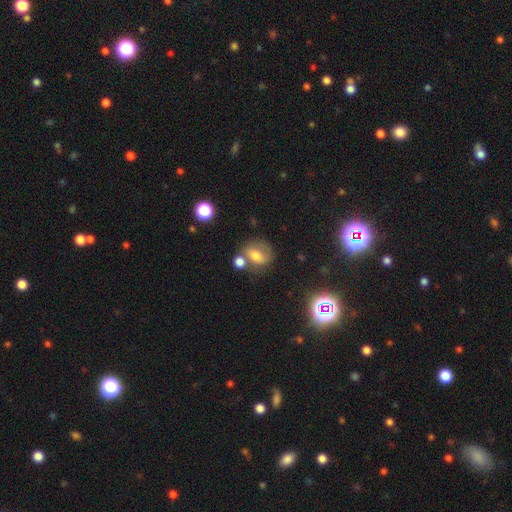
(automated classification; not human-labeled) This appears to be a smooth galaxy with no disk features (59%) that is in between round and cigar-shaped (52%). Merging: none (50%).